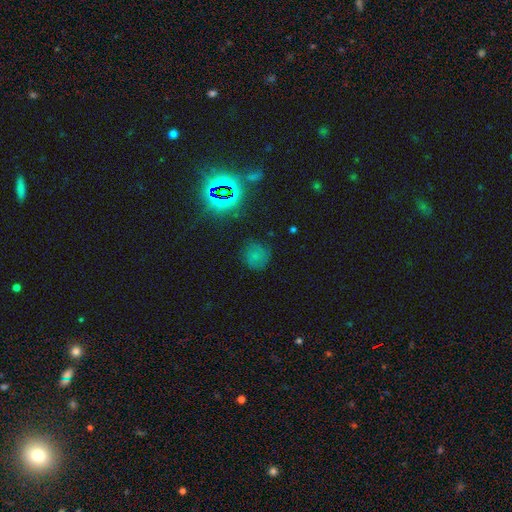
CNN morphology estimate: Smooth or featured? Predicted: smooth (p=0.54). How rounded? Predicted: round (p=0.87). Merging? Predicted: none (p=0.78).